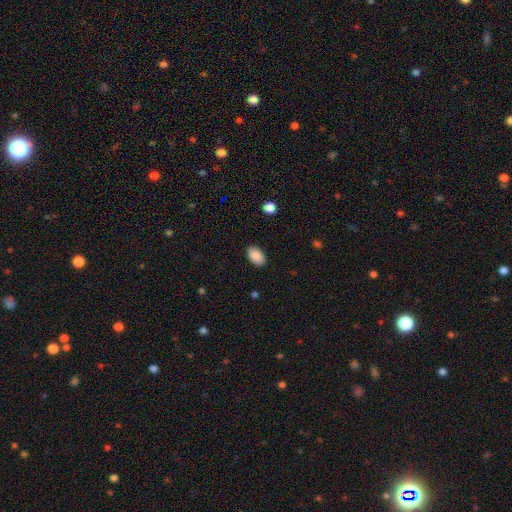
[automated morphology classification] Overall: smooth (88%). How rounded: in between (93%). Merging: none (88%).